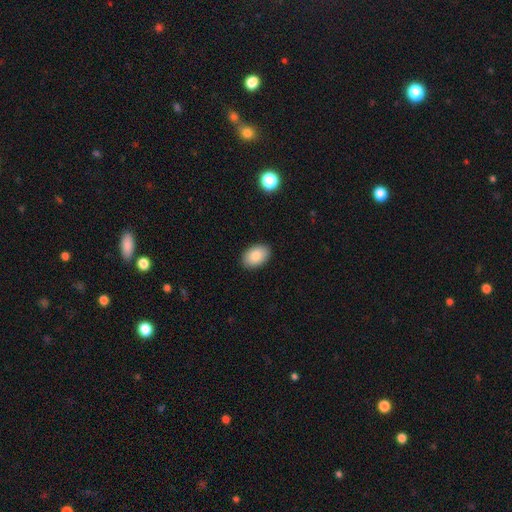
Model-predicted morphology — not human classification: Smooth or featured: smooth — 86% (featured or disk — 7%)
How rounded: in between — 88% (round — 10%)
Merging: none — 90% (minor disturbance — 8%)